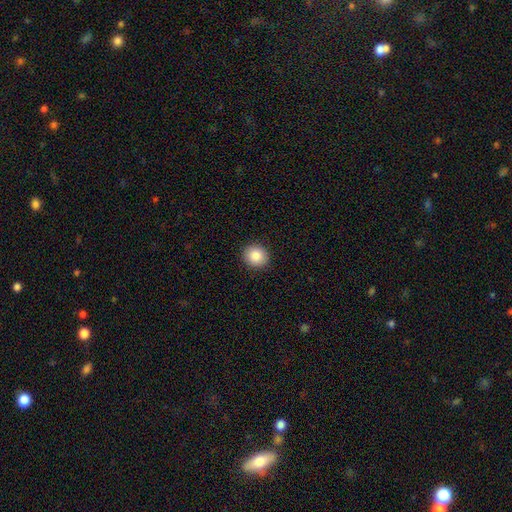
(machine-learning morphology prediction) Smooth or featured? smooth (87%)
How rounded? round (84%)
Merging? none (92%)